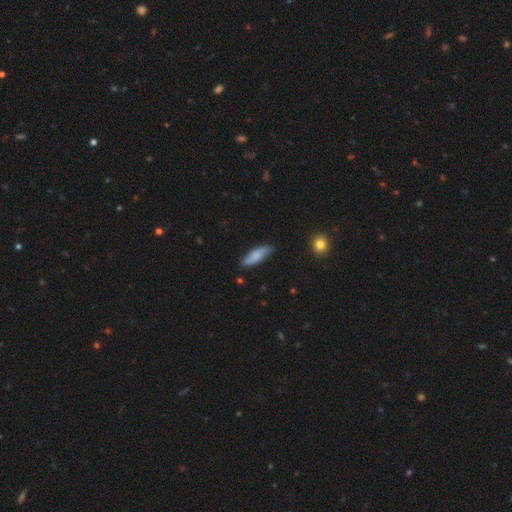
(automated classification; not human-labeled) Smooth or featured? Predicted: smooth (p=0.76). How rounded? Predicted: in between (p=0.51). Merging? Predicted: none (p=0.81).